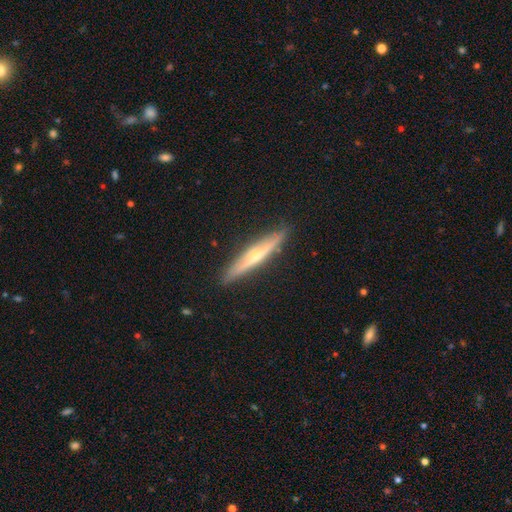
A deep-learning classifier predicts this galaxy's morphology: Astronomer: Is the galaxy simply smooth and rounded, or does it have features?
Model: featured or disk — 67%.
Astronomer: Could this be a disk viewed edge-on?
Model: yes — 96%.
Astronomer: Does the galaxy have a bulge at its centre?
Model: rounded — 68%.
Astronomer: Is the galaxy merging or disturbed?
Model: none — 90%.